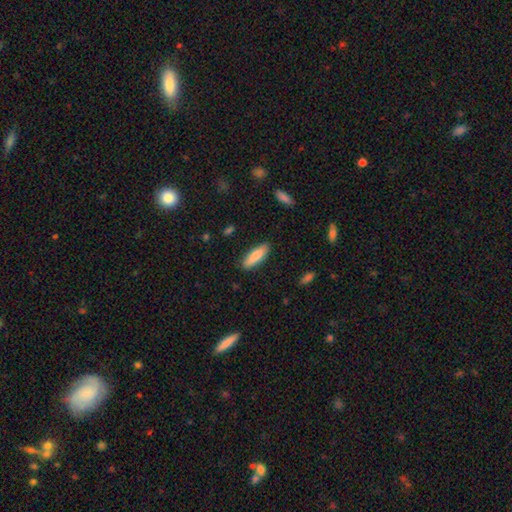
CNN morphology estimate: A smooth galaxy with no disk features (80%) that is cigar-shaped (52%). Merging: none (87%).